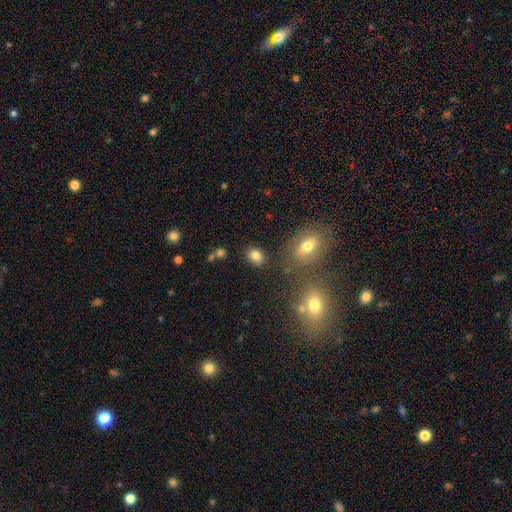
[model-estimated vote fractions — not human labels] This is clearly a smooth galaxy (82%). How rounded: possibly in between (51%). Merging: clearly none (81%).